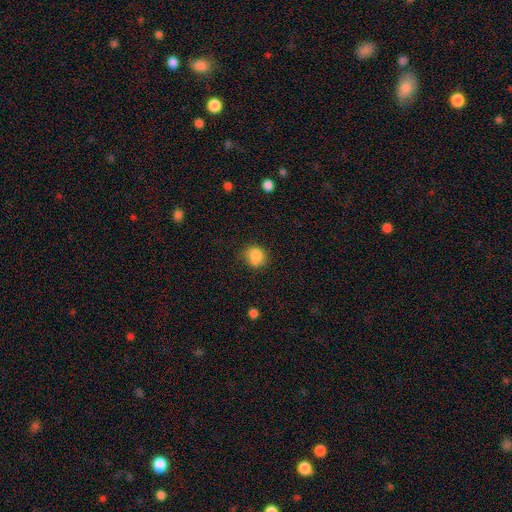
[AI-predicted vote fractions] Overall: smooth (81%). How rounded: round (70%). Merging: none (55%; minor disturbance 20%).